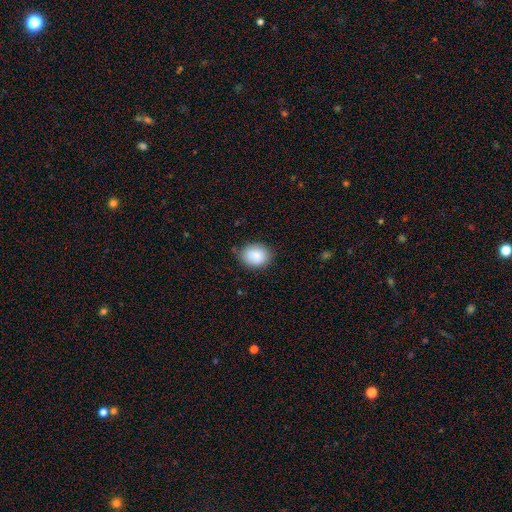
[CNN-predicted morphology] smooth-or-featured: smooth: 85% | featured or disk: 8% | star or artifact: 7%
  how-rounded: in between: 52% | round: 47% | cigar-shaped: 1%
  merging: none: 78% | minor disturbance: 17% | major disturbance: 3% | merger: 2%